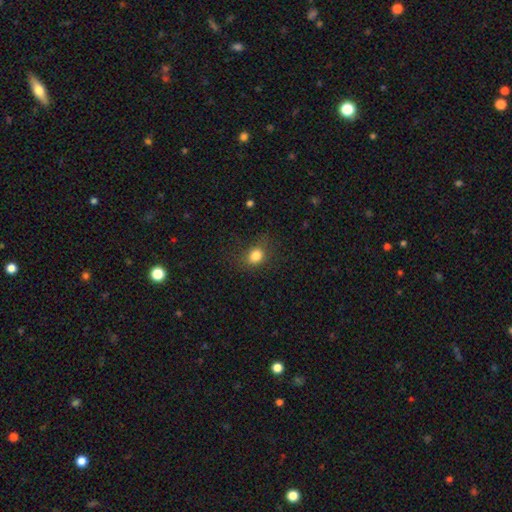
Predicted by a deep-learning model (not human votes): Q: Smooth or featured?
A: smooth (82%); runner-up: star or artifact (12%)
Q: How rounded?
A: round (57%); runner-up: in between (42%)
Q: Merging?
A: none (73%); runner-up: minor disturbance (17%)